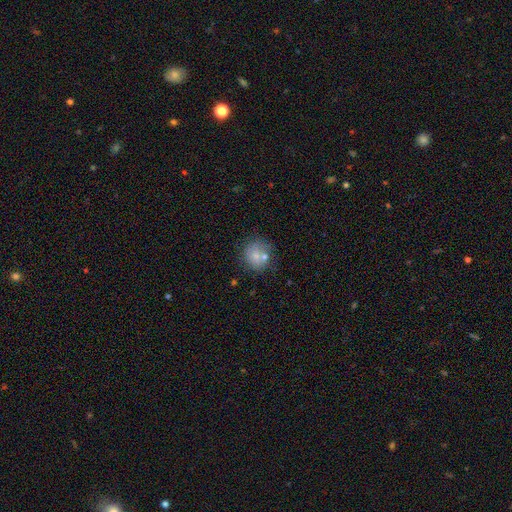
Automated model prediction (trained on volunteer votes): A smooth galaxy with no disk features (68%) that is round (83%).

Vote fractions:
- Smooth or featured? smooth: 68% / featured or disk: 23% / star or artifact: 9%
- How rounded? round: 83% / in between: 16% / cigar-shaped: 1%
- Merging? none: 55% / merger: 20% / minor disturbance: 18% / major disturbance: 8%